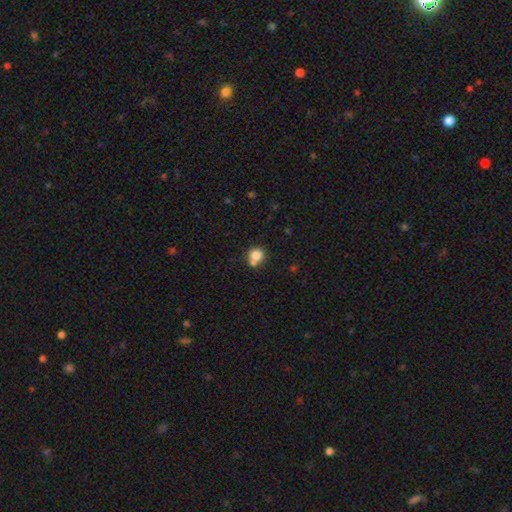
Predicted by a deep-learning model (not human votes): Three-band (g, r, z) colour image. It shows a smooth galaxy with no disk features (80%) that is round (83%). Merging: none (51%).